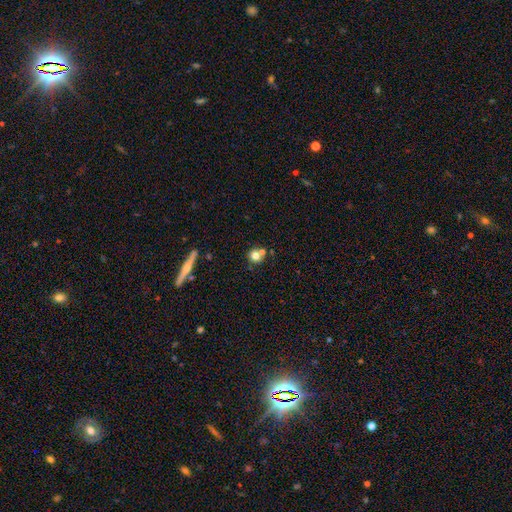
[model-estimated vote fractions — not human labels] Smooth or featured: smooth — 73% (featured or disk — 13%)
How rounded: round — 87% (in between — 12%)
Merging: none — 60% (merger — 28%)